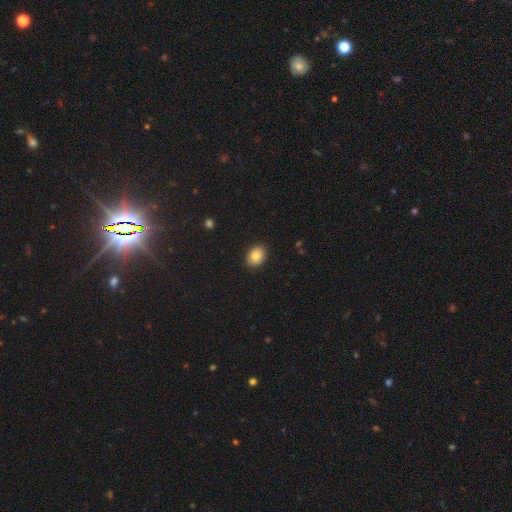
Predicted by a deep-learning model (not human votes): Q: Smooth or featured?
A: smooth (85%); runner-up: star or artifact (9%)
Q: How rounded?
A: in between (60%); runner-up: round (39%)
Q: Merging?
A: none (89%); runner-up: minor disturbance (8%)